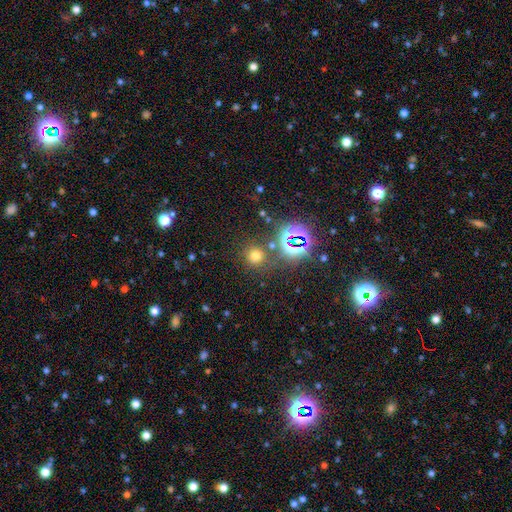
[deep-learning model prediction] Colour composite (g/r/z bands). It shows a smooth galaxy with no disk features (61%) that is round (91%). Merging: none (79%).